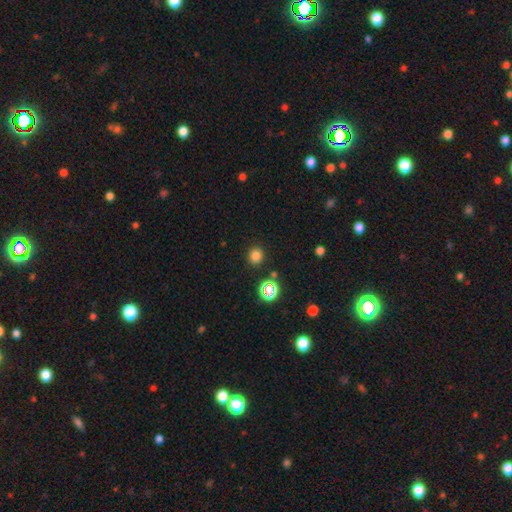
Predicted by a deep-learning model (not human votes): Smooth or featured? Predicted: smooth (p=0.77). How rounded? Predicted: round (p=0.88). Merging? Predicted: none (p=0.88).